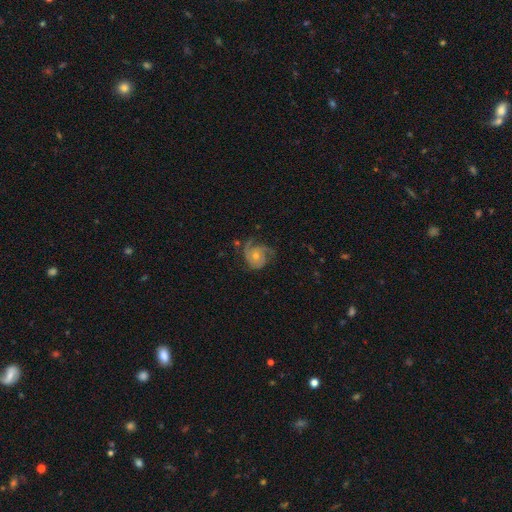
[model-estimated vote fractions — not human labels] Overall: featured or disk (82%). Edge-on disk: no (98%). Bar: no (78%). Spiral arms: yes (96%). Spiral arm count: 3 (48%; 2 25%). Spiral winding: tight (49%; medium 40%). Bulge size: moderate (50%; small 46%). Merging: none (64%).